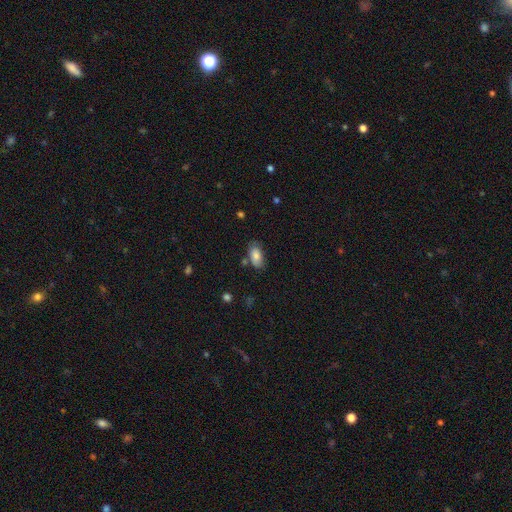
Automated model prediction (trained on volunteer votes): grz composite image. It shows a smooth galaxy with no disk features (80%) that is in between round and cigar-shaped (92%). Merging: none (71%).